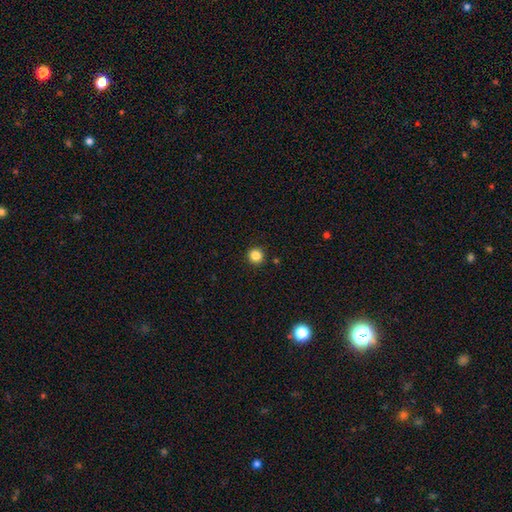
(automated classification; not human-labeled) Overall: smooth (85%). How rounded: round (95%). Merging: none (92%).